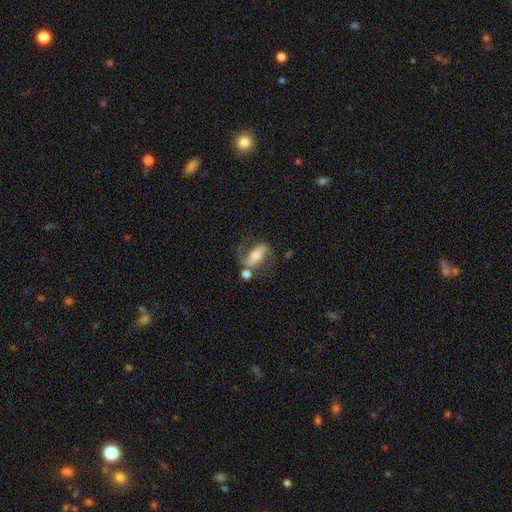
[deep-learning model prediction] A featured or disk galaxy (71%) with a strong bar (49%), 2 (80%) loose (50%) spiral arms (86%) and a moderate central bulge (52%). Merging: none (50%).